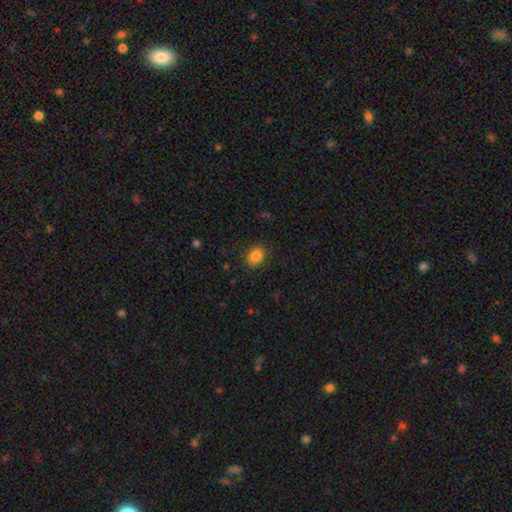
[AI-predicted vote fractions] smooth 86%, star or artifact 9%, featured or disk 5%. Down the decision tree: how rounded — in between (69%); merging — none (84%).